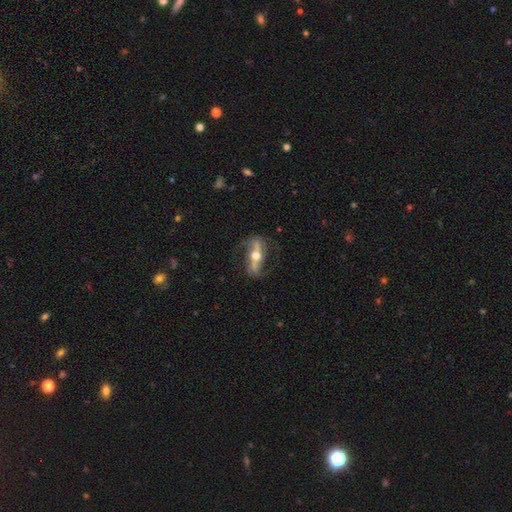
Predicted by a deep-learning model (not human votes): This appears to be a featured or disk galaxy (79%) with a strong bar (58%), spiral arms (82%) and a moderate central bulge (69%). Merging: none (73%).